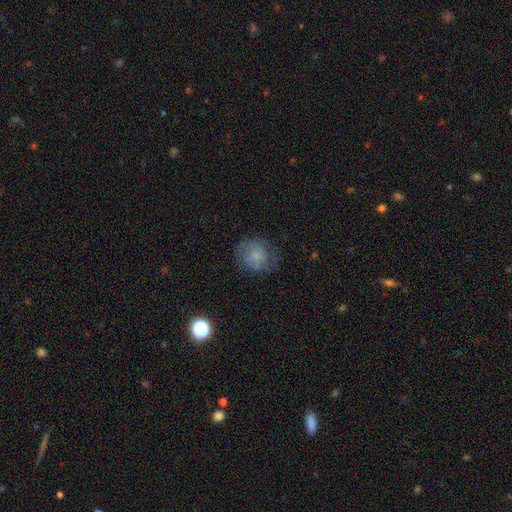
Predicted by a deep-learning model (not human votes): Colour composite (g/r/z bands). It shows a smooth galaxy with no disk features (71%) that is round (78%). Merging: none (67%).